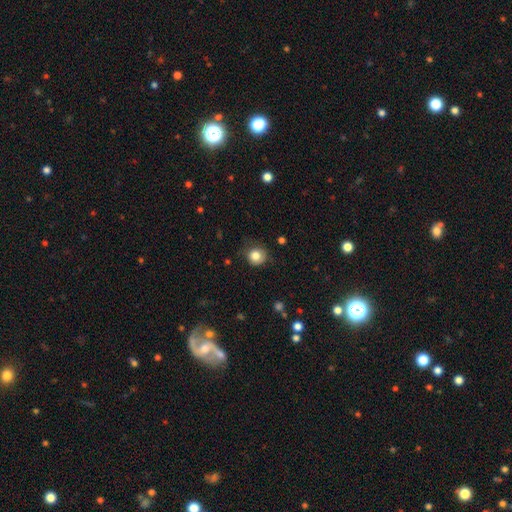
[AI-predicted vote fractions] Overall: smooth (82%). How rounded: round (88%). Merging: none (75%).